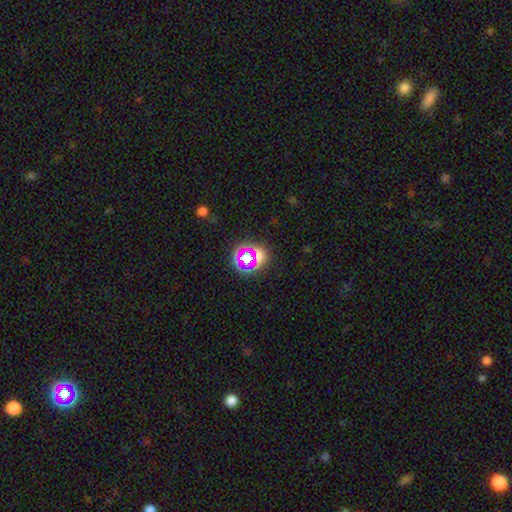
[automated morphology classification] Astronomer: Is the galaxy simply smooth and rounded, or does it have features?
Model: star or artifact — 52% (runner-up: smooth, 35%).